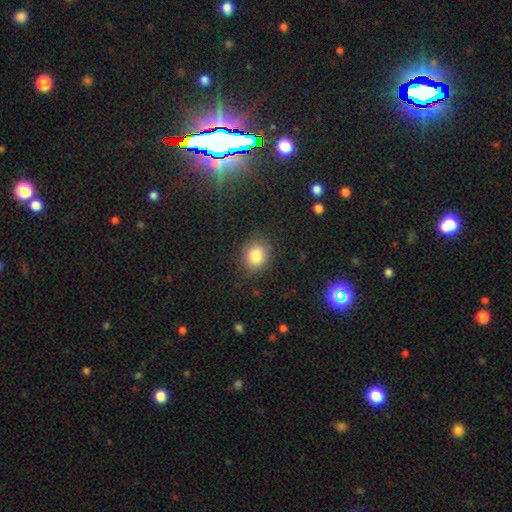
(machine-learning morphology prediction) Smooth or featured? smooth (83%)
How rounded? round (66%)
Merging? none (85%)